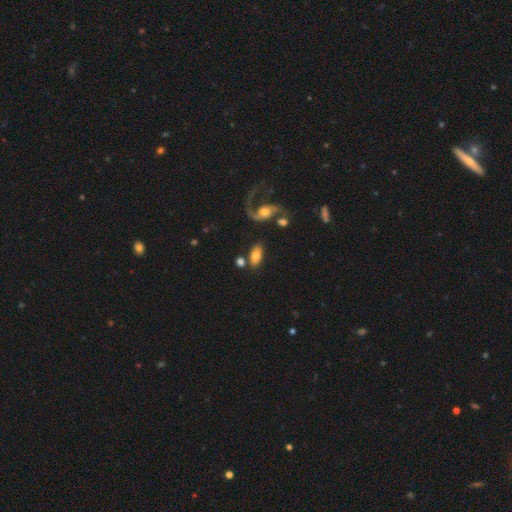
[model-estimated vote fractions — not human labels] A smooth galaxy with no disk features (69%) that is in between round and cigar-shaped (90%). Merging: none (69%).